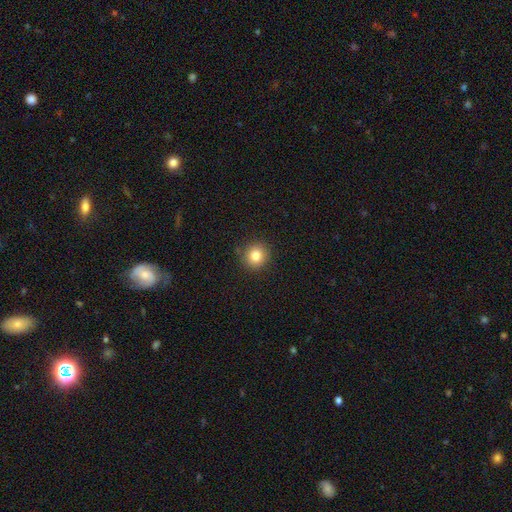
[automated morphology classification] Smooth or featured: smooth — 82% (star or artifact — 11%)
How rounded: round — 90% (in between — 9%)
Merging: none — 89% (minor disturbance — 8%)